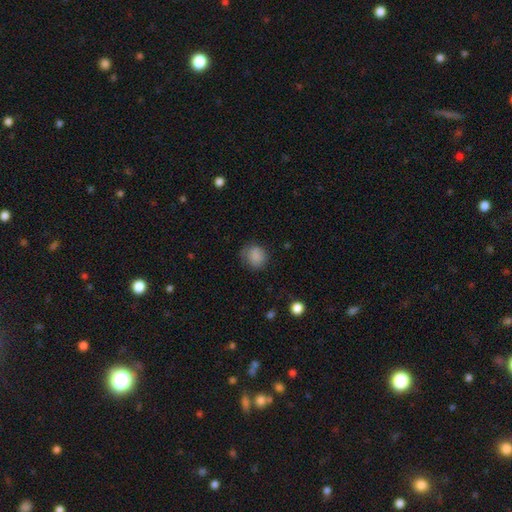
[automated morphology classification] smooth 85%, star or artifact 9%, featured or disk 6%. Down the decision tree: how rounded — round (79%); merging — none (69%).